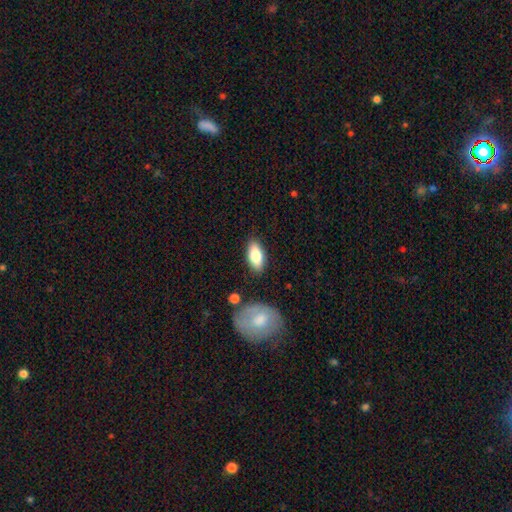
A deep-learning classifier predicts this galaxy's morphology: smooth-or-featured: smooth: 80% | featured or disk: 14% | star or artifact: 6%
  how-rounded: in between: 88% | cigar-shaped: 9% | round: 3%
  merging: none: 84% | minor disturbance: 11% | major disturbance: 3% | merger: 2%